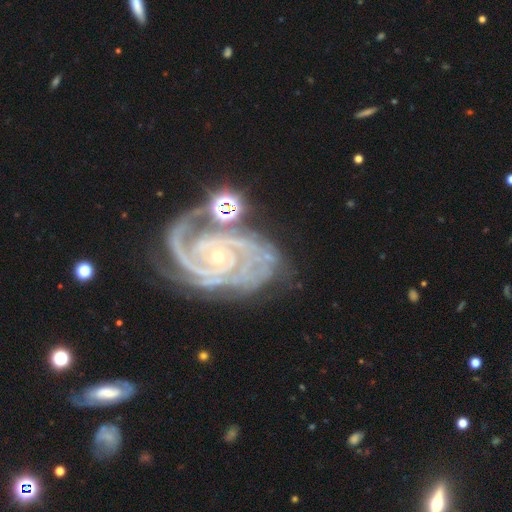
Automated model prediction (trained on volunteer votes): Smooth or featured? featured or disk (89%)
Edge-on disk? no (97%)
Bar? no (66%)
Spiral arms? yes (98%)
Spiral winding? tight (71%)
Spiral arm count? 2 (31%)
Bulge size? small (78%)
Merging? none (57%)